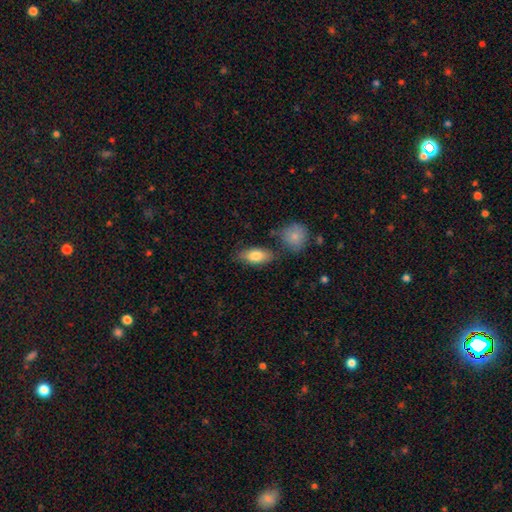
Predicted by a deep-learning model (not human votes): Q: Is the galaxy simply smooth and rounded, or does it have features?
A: smooth — 81%.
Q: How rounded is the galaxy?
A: in between — 88%.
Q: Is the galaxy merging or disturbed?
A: none — 72%.